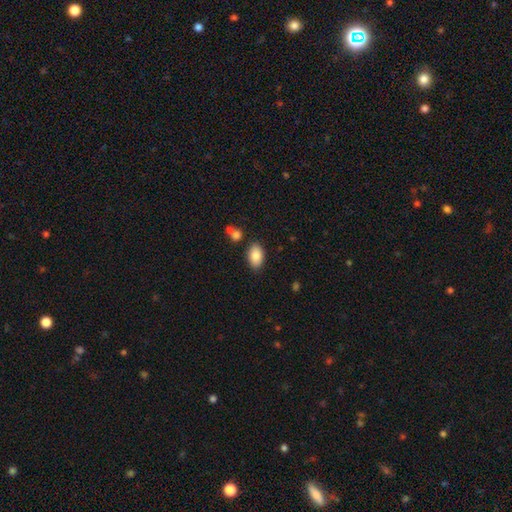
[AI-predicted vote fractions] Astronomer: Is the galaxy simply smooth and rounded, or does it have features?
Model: smooth — 86%.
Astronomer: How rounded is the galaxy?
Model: in between — 92%.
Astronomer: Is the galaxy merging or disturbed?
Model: none — 84%.